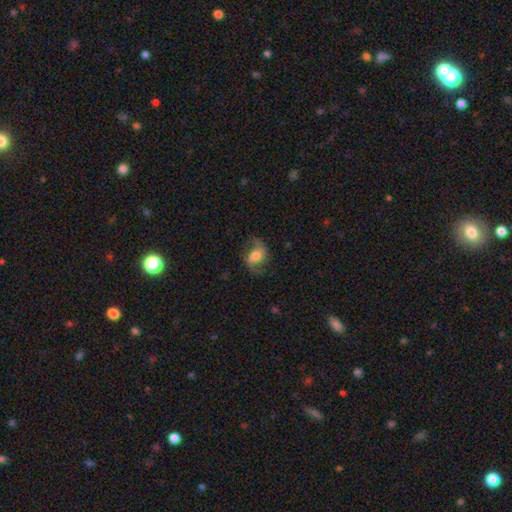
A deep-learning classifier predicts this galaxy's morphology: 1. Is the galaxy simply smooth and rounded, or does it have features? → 48% featured or disk, 44% smooth, 8% star or artifact.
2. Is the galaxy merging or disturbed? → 66% none, 20% minor disturbance, 13% major disturbance, 1% merger.